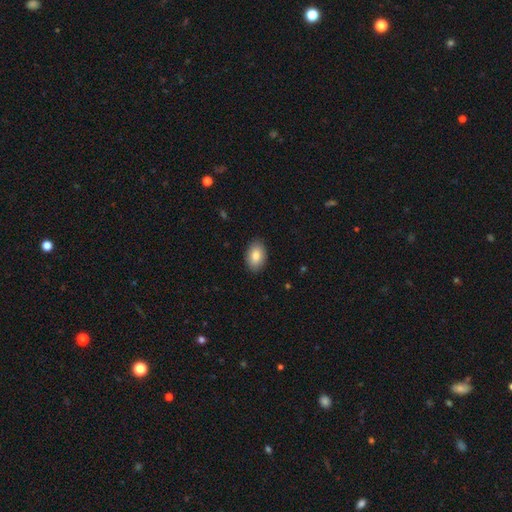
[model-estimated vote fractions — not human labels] This appears to be a smooth galaxy with no disk features (84%) that is in between round and cigar-shaped (89%). Merging: none (89%).